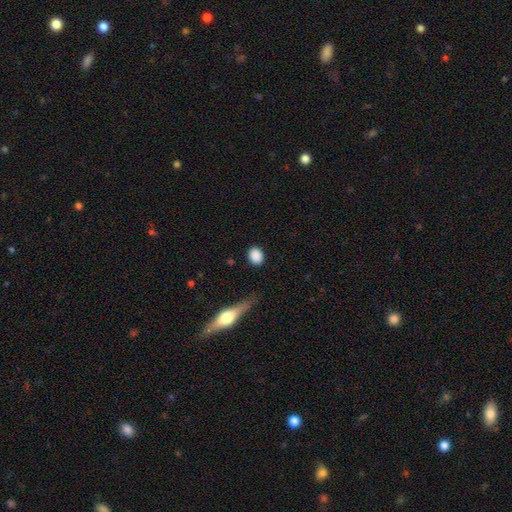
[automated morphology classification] This is clearly a smooth galaxy (88%). How rounded: possibly in between (51%). Merging: clearly none (85%).